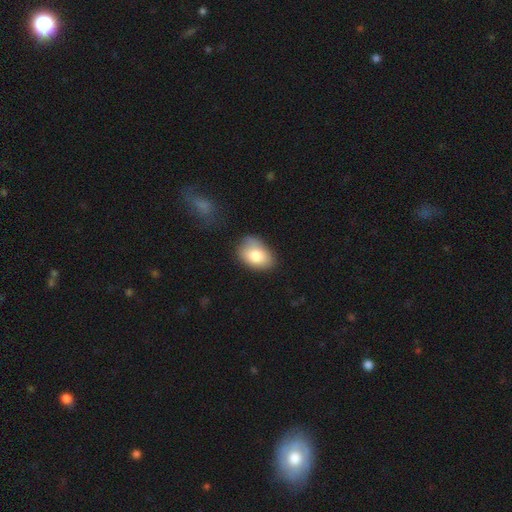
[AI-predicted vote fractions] smooth 80%, featured or disk 12%, star or artifact 8%. Down the decision tree: how rounded — in between (84%); merging — none (65%).